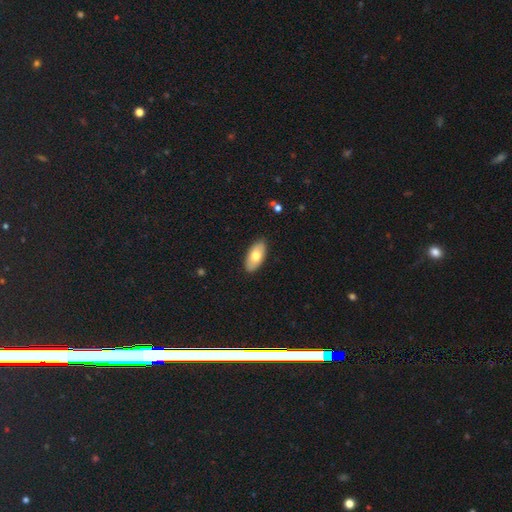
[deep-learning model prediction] Morphology: type=smooth (71%); roundness=in between (92%); merging=none (88%).